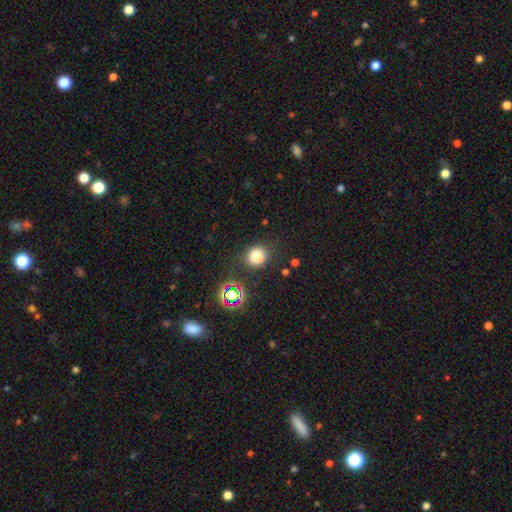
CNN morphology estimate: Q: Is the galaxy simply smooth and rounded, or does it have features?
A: smooth — 76%.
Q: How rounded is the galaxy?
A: round — 76%.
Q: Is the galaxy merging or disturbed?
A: none — 76%.